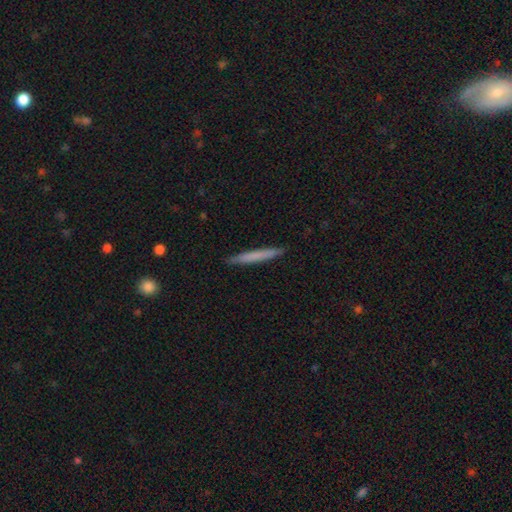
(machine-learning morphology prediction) Q: Smooth or featured?
A: smooth (68%); runner-up: featured or disk (26%)
Q: How rounded?
A: cigar-shaped (97%); runner-up: in between (2%)
Q: Merging?
A: none (91%); runner-up: minor disturbance (7%)